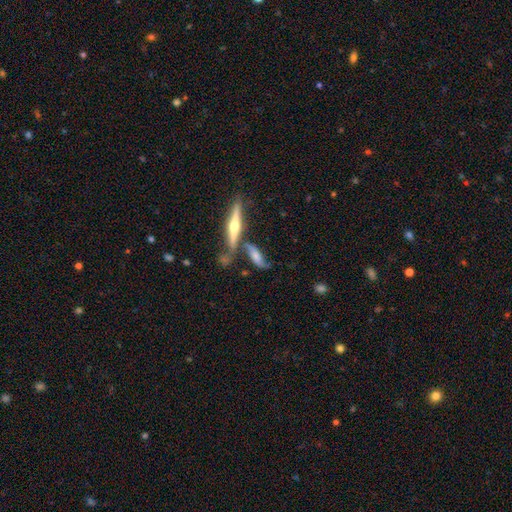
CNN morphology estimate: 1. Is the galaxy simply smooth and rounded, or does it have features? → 66% featured or disk, 26% smooth, 8% star or artifact.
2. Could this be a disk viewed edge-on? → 56% yes, 44% no.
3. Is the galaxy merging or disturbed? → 49% none, 24% merger, 18% minor disturbance, 8% major disturbance.